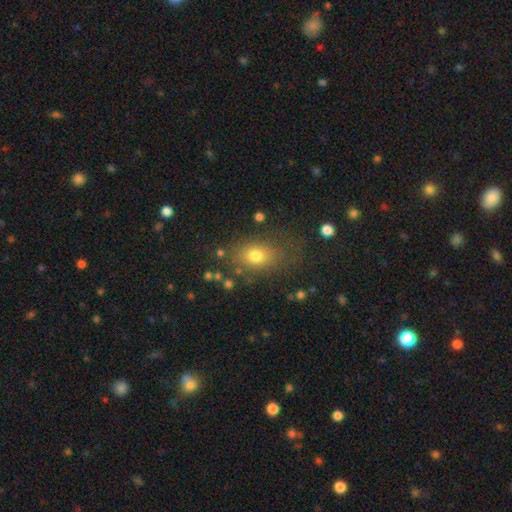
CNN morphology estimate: Overall: smooth (74%). How rounded: in between (68%; round 29%). Merging: none (72%).